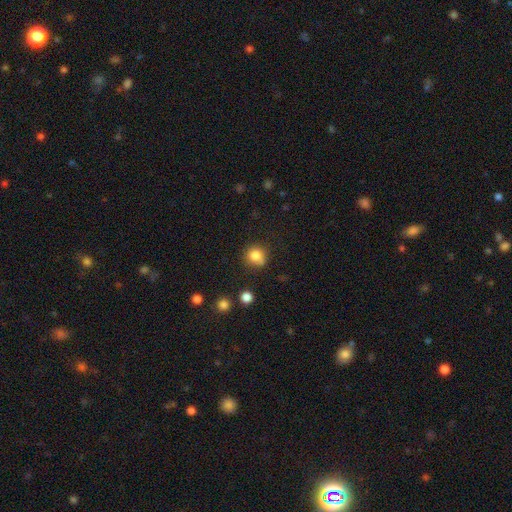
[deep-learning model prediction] smooth 83%, star or artifact 11%, featured or disk 6%. Down the decision tree: how rounded — round (88%); merging — none (71%).